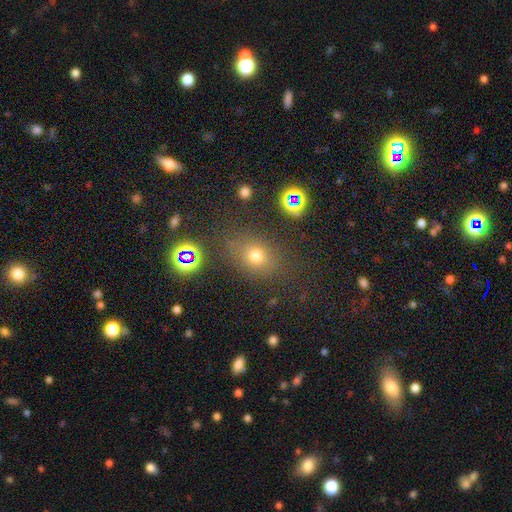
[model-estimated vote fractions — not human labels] Smooth or featured: smooth — 67% (star or artifact — 22%)
How rounded: round — 53% (in between — 46%)
Merging: none — 77% (minor disturbance — 13%)